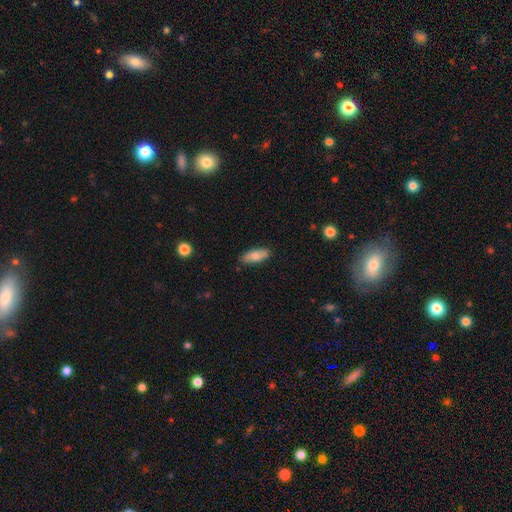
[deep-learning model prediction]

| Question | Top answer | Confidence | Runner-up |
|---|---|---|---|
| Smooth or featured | smooth | 75% | featured or disk (18%) |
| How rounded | in between | 73% | cigar-shaped (24%) |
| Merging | none | 85% | minor disturbance (12%) |